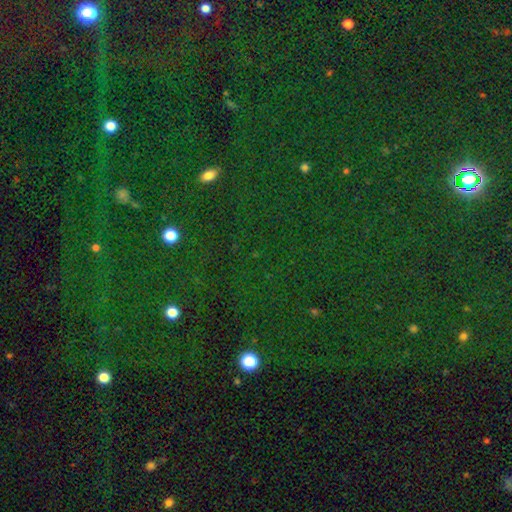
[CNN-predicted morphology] smooth_or_featured: star or artifact (p=0.80) [alt: smooth p=0.12]